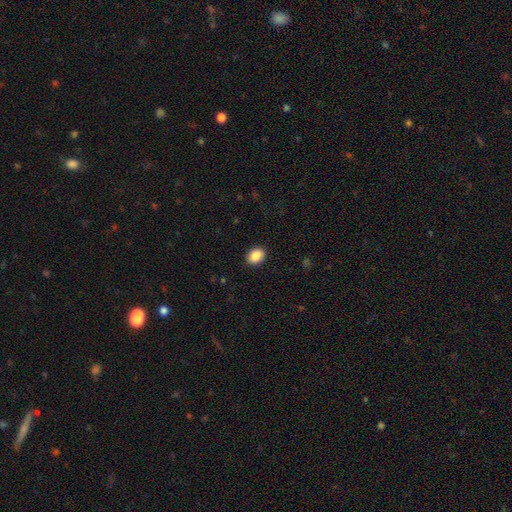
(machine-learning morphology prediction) Smooth or featured? Predicted: smooth (p=0.89). How rounded? Predicted: in between (p=0.62). Merging? Predicted: none (p=0.91).